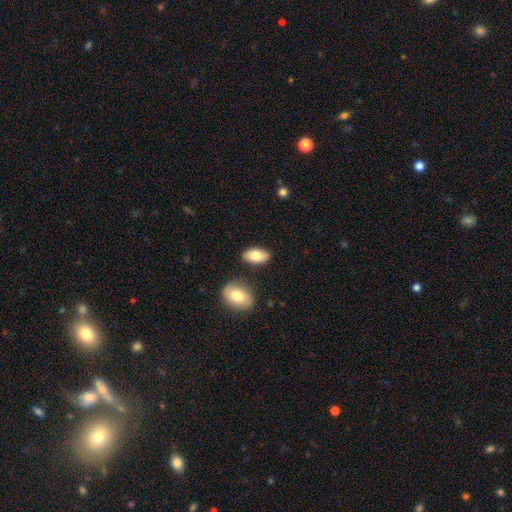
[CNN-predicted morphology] Smooth or featured?
  - smooth: 82% *
  - featured or disk: 11%
  - star or artifact: 6%
How rounded?
  - in between: 93% *
  - round: 4%
  - cigar-shaped: 2%
Merging?
  - none: 81% *
  - minor disturbance: 11%
  - merger: 6%
  - major disturbance: 3%